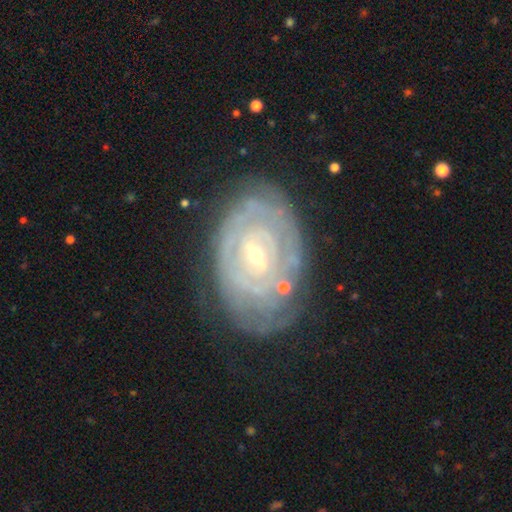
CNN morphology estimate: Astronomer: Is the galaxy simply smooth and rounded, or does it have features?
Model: featured or disk — 81%.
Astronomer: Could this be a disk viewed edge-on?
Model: no — 96%.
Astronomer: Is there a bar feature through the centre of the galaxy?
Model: weak — 46% (runner-up: no, 37%).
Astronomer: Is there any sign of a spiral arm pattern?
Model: yes — 81%.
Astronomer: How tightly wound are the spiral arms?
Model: tight — 81%.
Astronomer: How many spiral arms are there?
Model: can't tell — 56%.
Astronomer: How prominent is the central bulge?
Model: small — 67%.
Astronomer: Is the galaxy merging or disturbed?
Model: none — 70%.